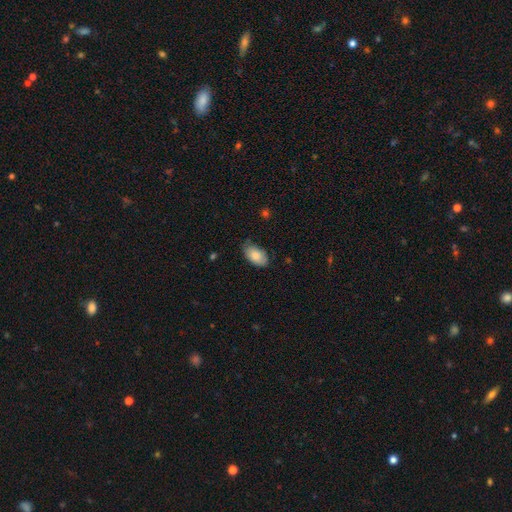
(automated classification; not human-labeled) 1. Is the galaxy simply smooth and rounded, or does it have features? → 82% smooth, 12% featured or disk, 6% star or artifact.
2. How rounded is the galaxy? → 94% in between, 4% round, 2% cigar-shaped.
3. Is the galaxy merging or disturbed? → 68% none, 27% minor disturbance, 4% major disturbance, 1% merger.